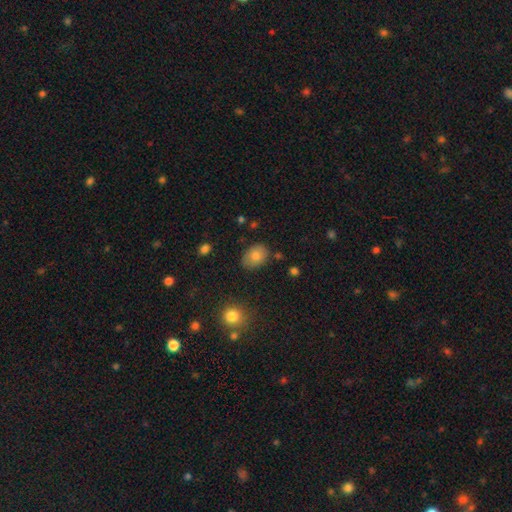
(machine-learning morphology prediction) type=smooth (79%); roundness=in between (76%); merging=none (79%).